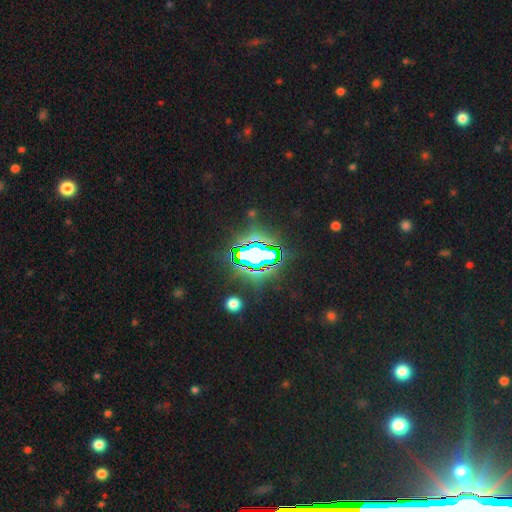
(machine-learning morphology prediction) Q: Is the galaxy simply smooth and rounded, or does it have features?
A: star or artifact — 76%.